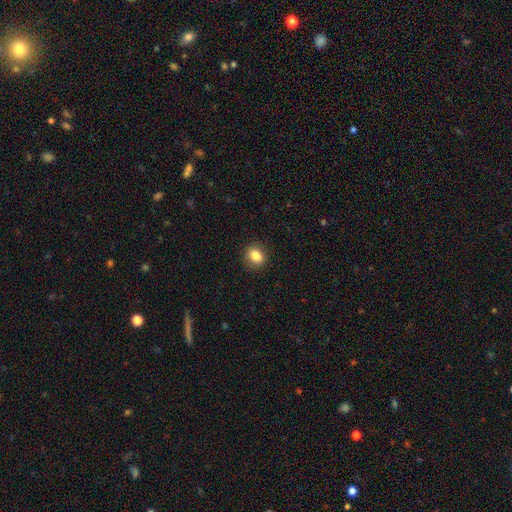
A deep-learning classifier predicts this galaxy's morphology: smooth-or-featured: smooth: 84% | star or artifact: 9% | featured or disk: 7%
  how-rounded: round: 51% | in between: 47% | cigar-shaped: 1%
  merging: none: 89% | minor disturbance: 8% | major disturbance: 2% | merger: 1%